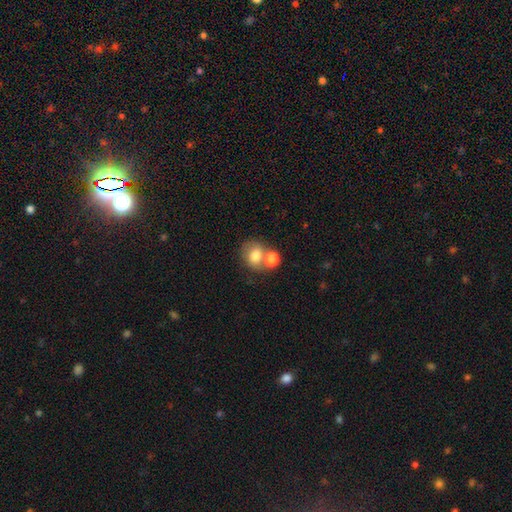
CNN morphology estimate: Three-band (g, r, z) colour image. It shows a smooth galaxy with no disk features (73%) that is round (65%). Merging: none (41%, tied with merger).